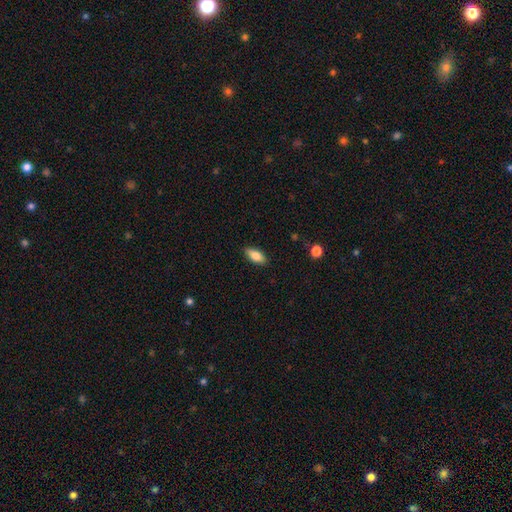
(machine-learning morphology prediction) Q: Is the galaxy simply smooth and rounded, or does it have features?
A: smooth — 81%.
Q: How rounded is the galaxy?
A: in between — 86%.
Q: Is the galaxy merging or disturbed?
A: none — 88%.